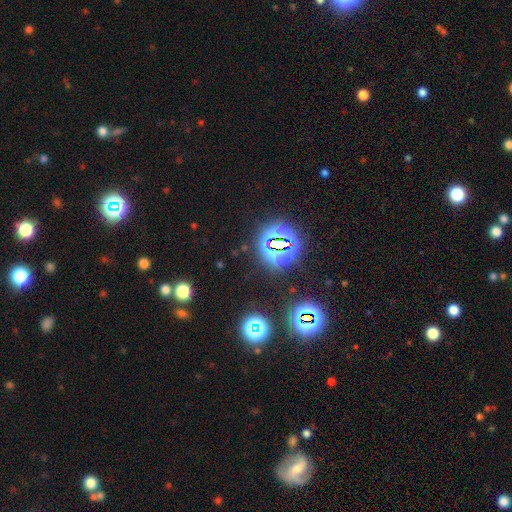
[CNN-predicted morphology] A star or artifact, not a galaxy (78%).

Vote fractions:
- Smooth or featured? star or artifact: 78% / smooth: 14% / featured or disk: 7%